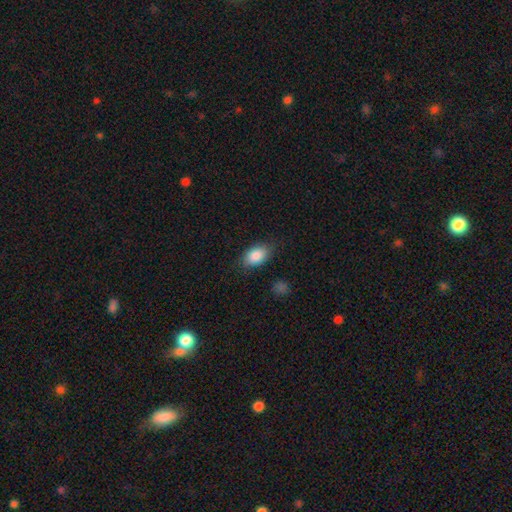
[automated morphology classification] smooth 87%, star or artifact 7%, featured or disk 6%. Down the decision tree: how rounded — in between (90%); merging — none (79%).